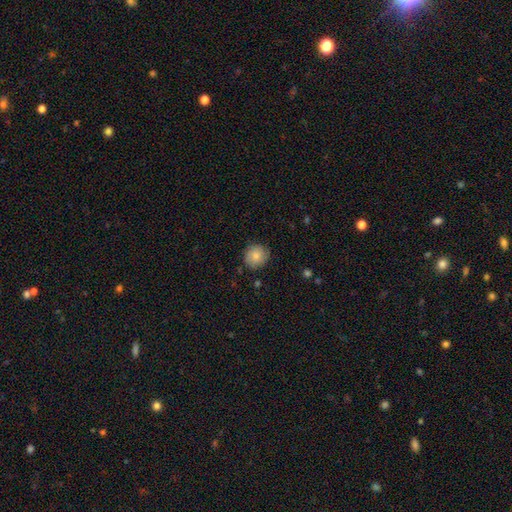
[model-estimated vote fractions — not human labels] Overall: smooth (79%). How rounded: round (90%). Merging: none (84%).